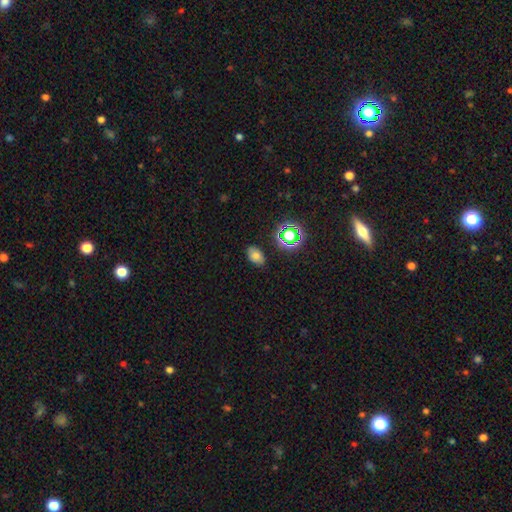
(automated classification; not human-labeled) Smooth or featured? Predicted: smooth (p=0.72). How rounded? Predicted: in between (p=0.87). Merging? Predicted: none (p=0.84).